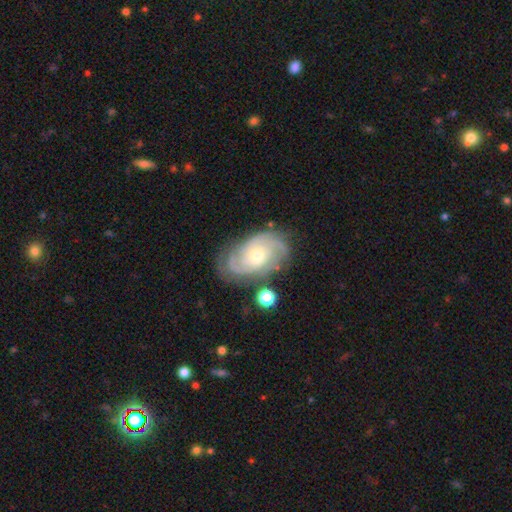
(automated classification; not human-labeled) The model was most divided on "spiral arm count": 2: 34%, 3: 30%, can't tell: 19%, 4: 8%, 1: 4%, more than 4: 4%. More confident: spiral arms — yes (97%); edge-on disk — no (97%); smooth or featured — featured or disk (87%); merging — none (75%); bar — no (70%); spiral winding — tight (66%); bulge size — moderate (56%).